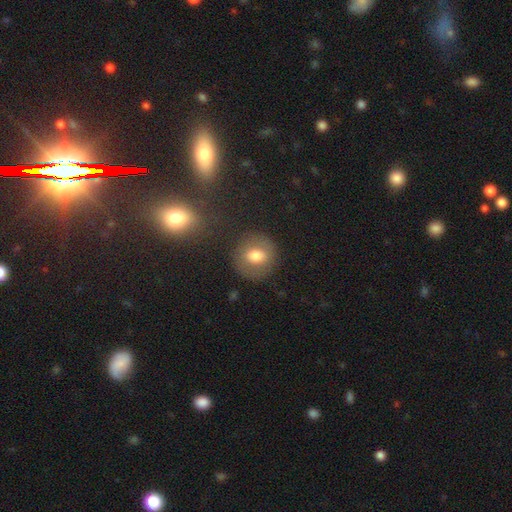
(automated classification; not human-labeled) Smooth or featured? smooth (69%)
How rounded? round (80%)
Merging? none (84%)